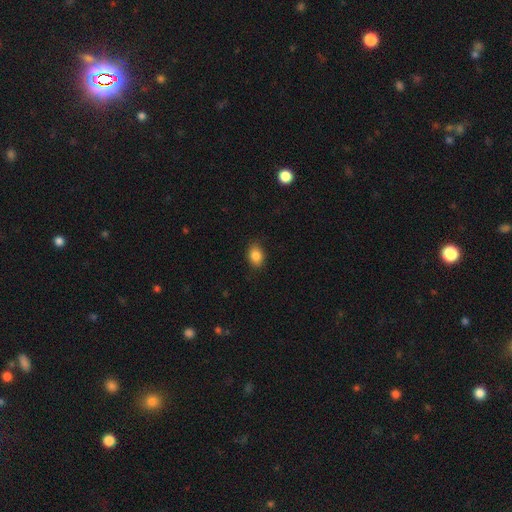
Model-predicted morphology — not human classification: This is clearly a smooth galaxy (86%). How rounded: likely in between (72%). Merging: clearly none (85%).